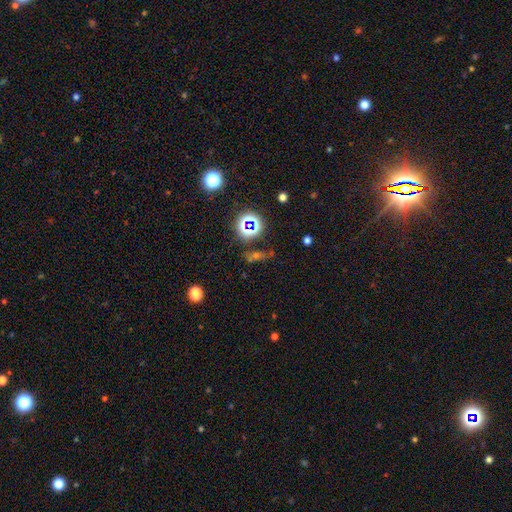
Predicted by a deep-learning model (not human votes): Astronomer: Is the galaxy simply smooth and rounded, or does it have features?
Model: star or artifact — 56%.